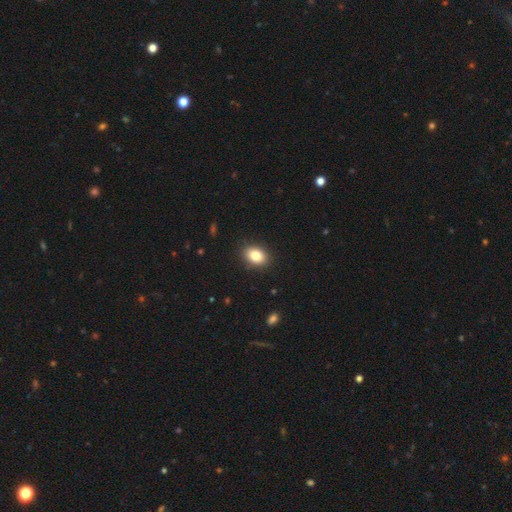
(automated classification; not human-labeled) Overall: smooth (84%). How rounded: in between (77%). Merging: none (89%).